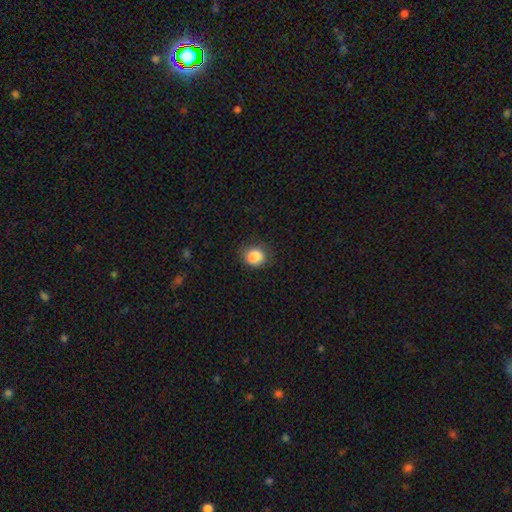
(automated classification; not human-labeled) smooth 85%, star or artifact 10%, featured or disk 5%. Down the decision tree: how rounded — round (64%); merging — none (75%).